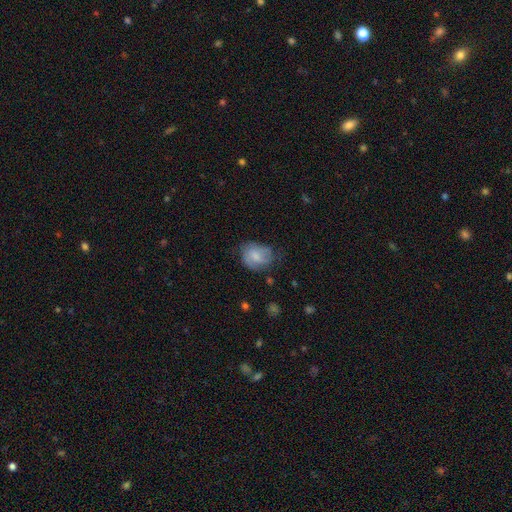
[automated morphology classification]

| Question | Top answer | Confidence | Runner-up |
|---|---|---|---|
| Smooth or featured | smooth | 60% | featured or disk (32%) |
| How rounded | in between | 55% | round (44%) |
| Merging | none | 51% | minor disturbance (31%) |